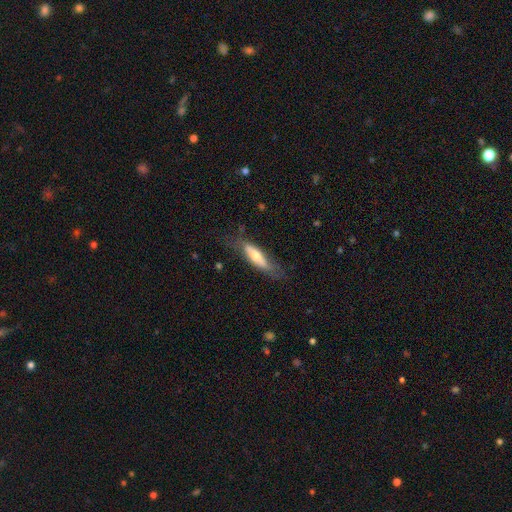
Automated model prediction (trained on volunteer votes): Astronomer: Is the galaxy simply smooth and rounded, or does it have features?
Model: smooth — 52% (runner-up: featured or disk, 42%).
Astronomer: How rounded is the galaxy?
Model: cigar-shaped — 56% (runner-up: in between, 42%).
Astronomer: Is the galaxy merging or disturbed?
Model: none — 61%.